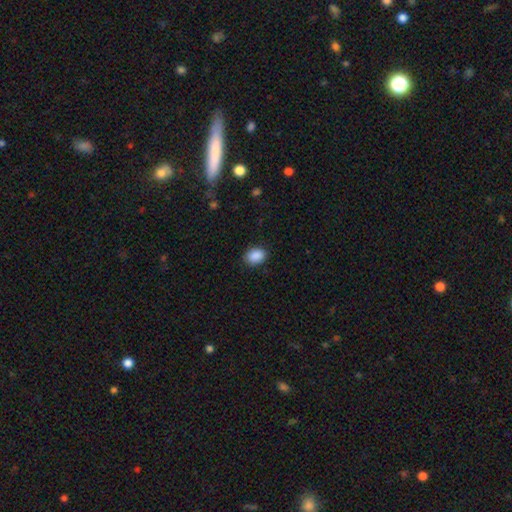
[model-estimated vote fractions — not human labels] smooth-or-featured: smooth: 89% | star or artifact: 8% | featured or disk: 3%
  how-rounded: in between: 66% | round: 33% | cigar-shaped: 1%
  merging: none: 87% | minor disturbance: 9% | major disturbance: 2% | merger: 1%